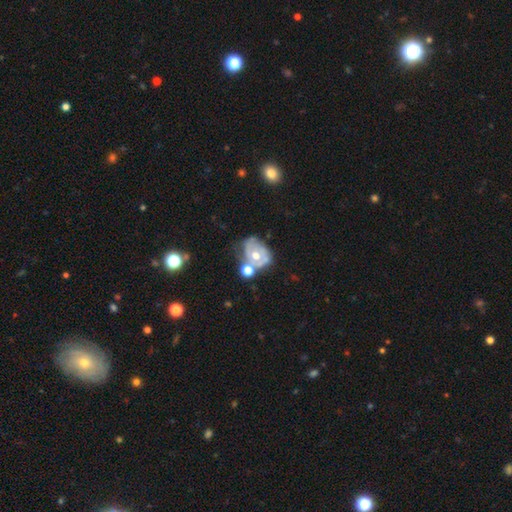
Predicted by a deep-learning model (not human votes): Overall: featured or disk (59%; smooth 32%). Edge-on disk: no (96%). Bar: no (82%). Spiral arms: no (54%; yes 46%). Bulge size: moderate (75%). Merging: none (32%; merger 31%).